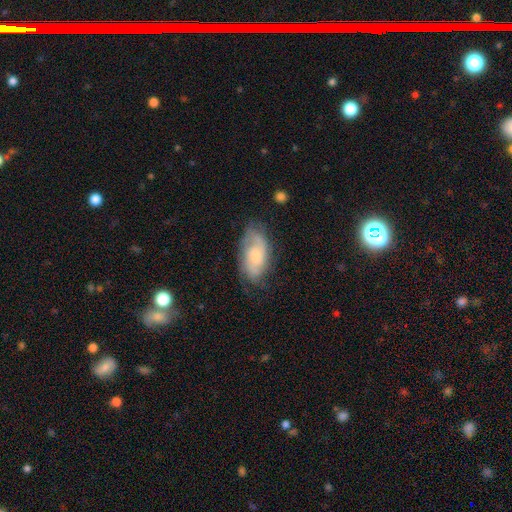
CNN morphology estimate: A featured or disk galaxy (62%) with no bar (66%), 2 (48%) medium (43%) spiral arms (90%) and a small central bulge (49%).

Vote fractions:
- Smooth or featured? featured or disk: 62% / smooth: 31% / star or artifact: 7%
- Edge-on disk? no: 94% / yes: 6%
- Bar? no: 66% / weak: 30% / strong: 4%
- Spiral arms? yes: 90% / no: 10%
- Spiral winding? medium: 43% / tight: 38% / loose: 20%
- Spiral arm count? 2: 48% / can't tell: 30% / 3: 10% / 1: 7% / 4: 3% / more than 4: 3%
- Bulge size? small: 49% / moderate: 34% / none: 9% / large: 6% / dominant: 2%
- Merging? none: 65% / minor disturbance: 24% / major disturbance: 9% / merger: 2%